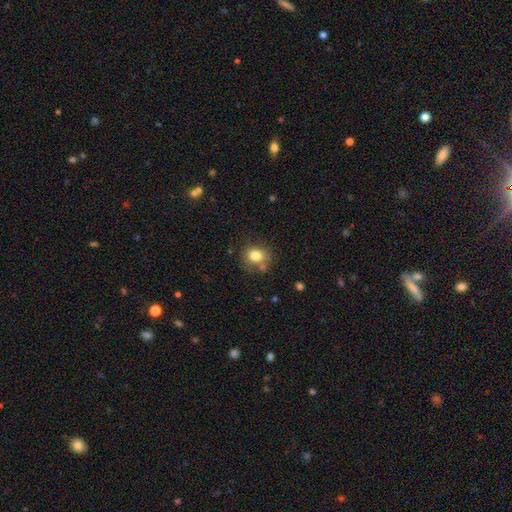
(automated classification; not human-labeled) Smooth or featured: smooth — 80% (star or artifact — 11%)
How rounded: round — 72% (in between — 27%)
Merging: none — 69% (minor disturbance — 16%)